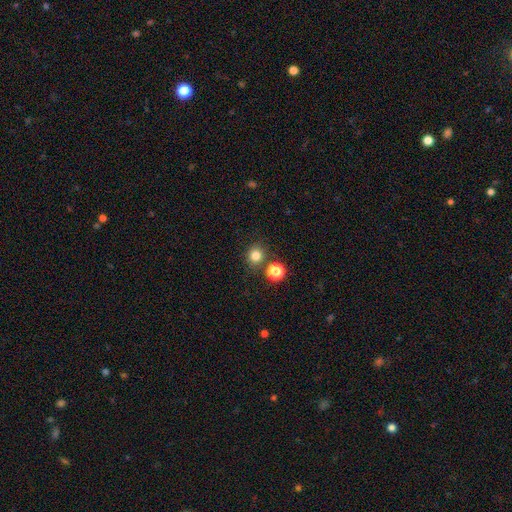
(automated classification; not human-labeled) This appears to be a smooth galaxy with no disk features (81%) that is round (86%). Merging: none (79%).